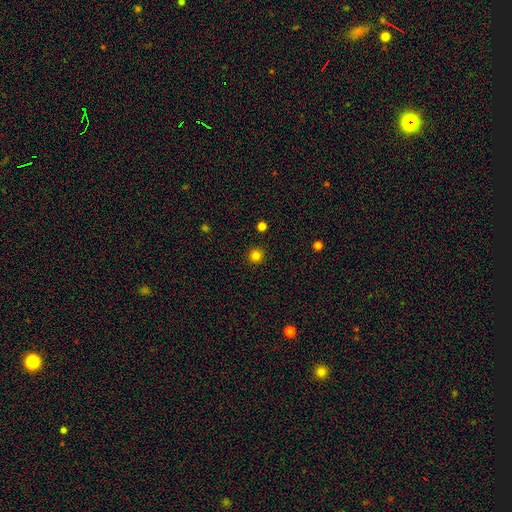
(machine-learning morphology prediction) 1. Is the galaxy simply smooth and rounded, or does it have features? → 82% smooth, 14% star or artifact, 4% featured or disk.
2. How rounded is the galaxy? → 95% round, 4% in between, 1% cigar-shaped.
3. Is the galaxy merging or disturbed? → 92% none, 5% minor disturbance, 2% major disturbance, 1% merger.